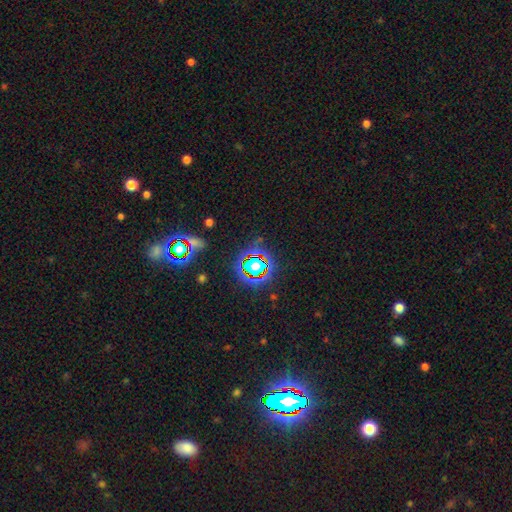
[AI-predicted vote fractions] smooth_or_featured: star or artifact (p=0.78) [alt: smooth p=0.13]